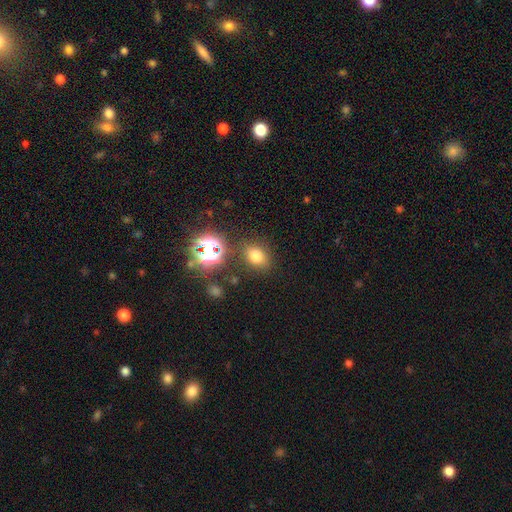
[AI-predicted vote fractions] Overall: smooth (70%). How rounded: in between (55%; round 43%). Merging: none (81%).